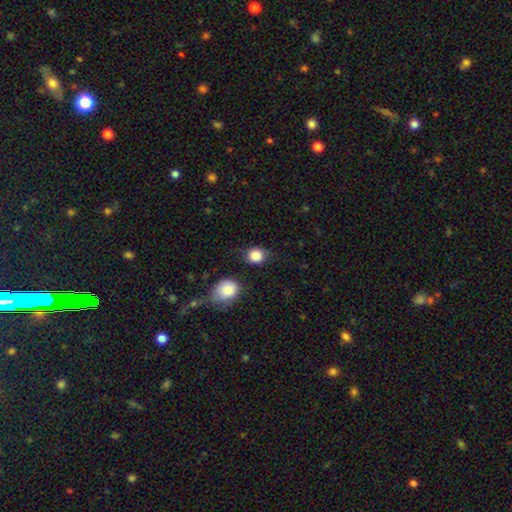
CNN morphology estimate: A smooth galaxy with no disk features (86%) that is round (77%).

Vote fractions:
- Smooth or featured? smooth: 86% / star or artifact: 9% / featured or disk: 5%
- How rounded? round: 77% / in between: 22% / cigar-shaped: 1%
- Merging? none: 71% / minor disturbance: 17% / merger: 6% / major disturbance: 6%